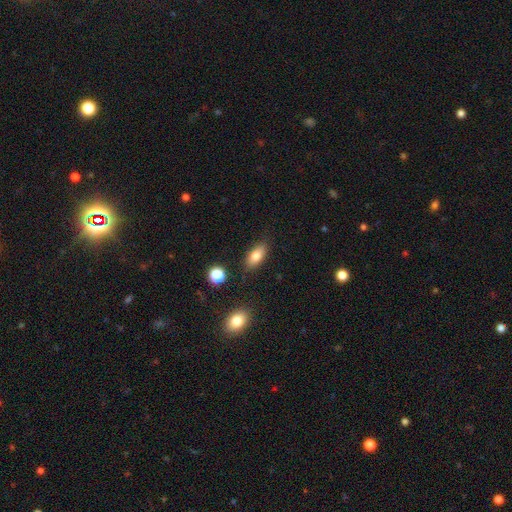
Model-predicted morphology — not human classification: smooth-or-featured: smooth: 78% | featured or disk: 13% | star or artifact: 9%
  how-rounded: in between: 83% | cigar-shaped: 12% | round: 6%
  merging: none: 83% | minor disturbance: 12% | major disturbance: 3% | merger: 2%